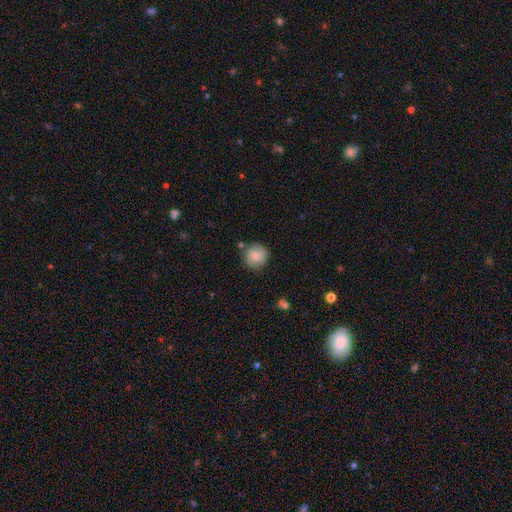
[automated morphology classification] Overall: smooth (57%; featured or disk 35%). How rounded: round (89%). Merging: none (75%).